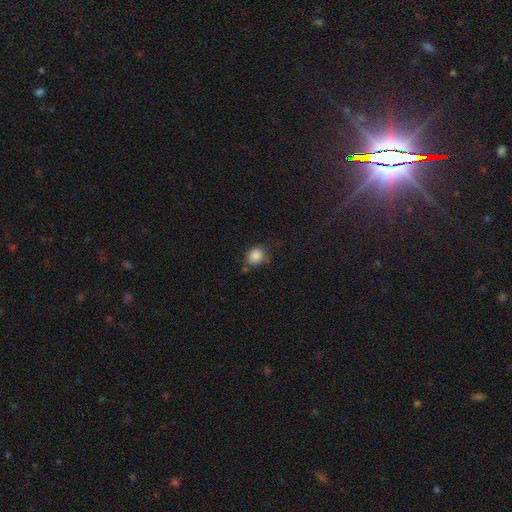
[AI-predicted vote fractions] smooth 87%, star or artifact 10%, featured or disk 4%. Down the decision tree: how rounded — round (69%); merging — none (71%).